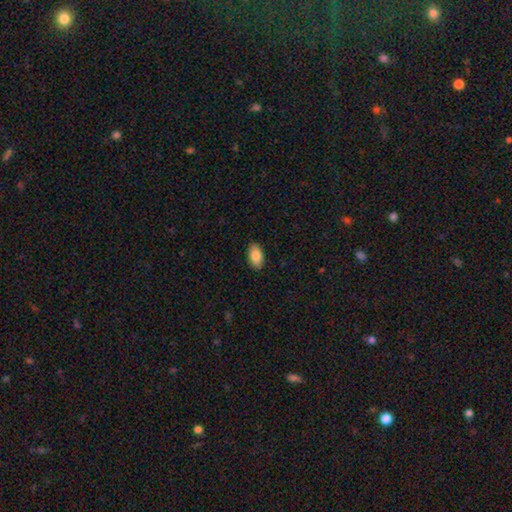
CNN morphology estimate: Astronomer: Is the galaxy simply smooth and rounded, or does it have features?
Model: smooth — 87%.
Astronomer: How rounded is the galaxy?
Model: in between — 94%.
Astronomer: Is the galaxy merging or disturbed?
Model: none — 89%.